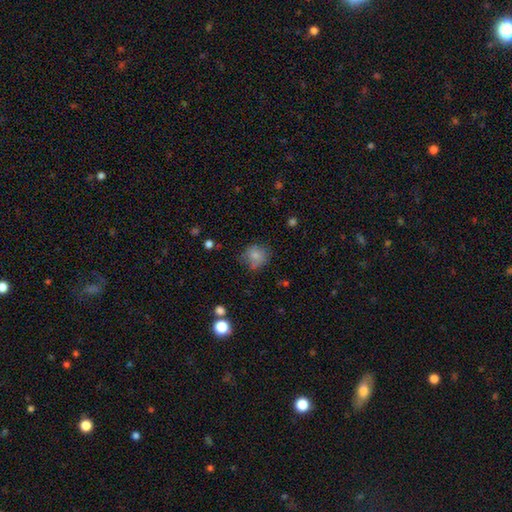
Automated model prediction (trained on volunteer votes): This appears to be a smooth galaxy with no disk features (80%) that is round (82%). Merging: none (69%).